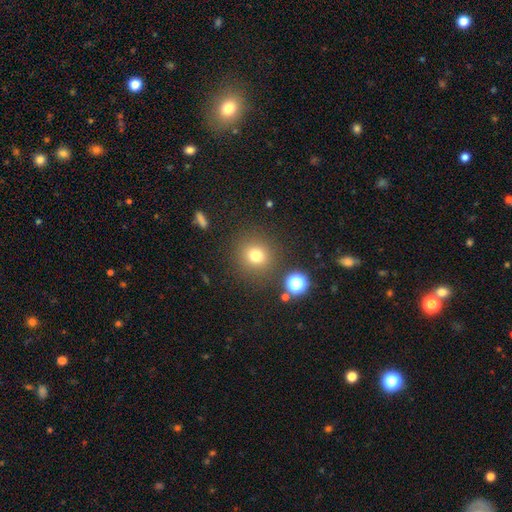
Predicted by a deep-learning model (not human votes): This appears to be a smooth galaxy with no disk features (75%) that is round (91%). Merging: none (85%).